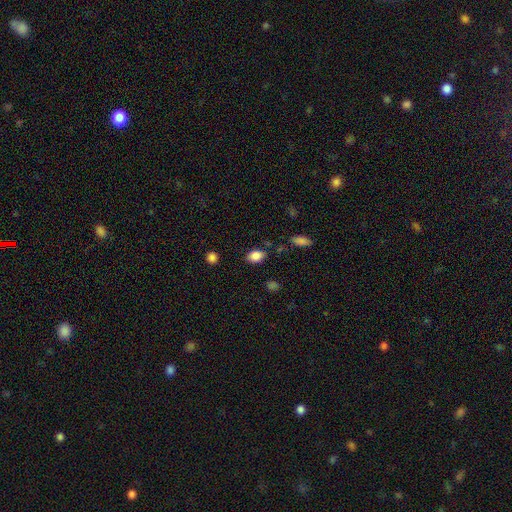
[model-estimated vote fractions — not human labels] Overall: smooth (86%). How rounded: in between (79%). Merging: none (80%).